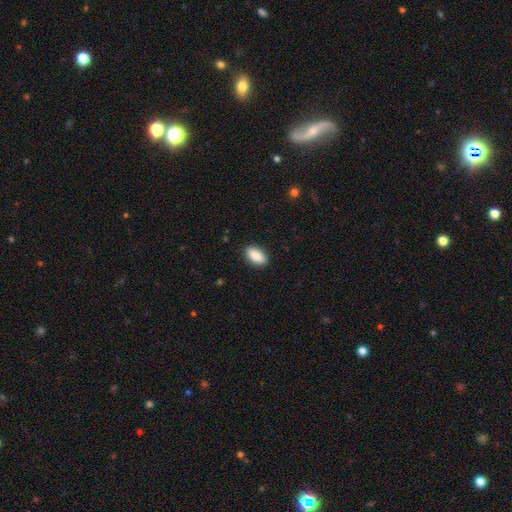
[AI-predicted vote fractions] This appears to be a smooth galaxy with no disk features (90%) that is in between round and cigar-shaped (93%). Merging: none (89%).